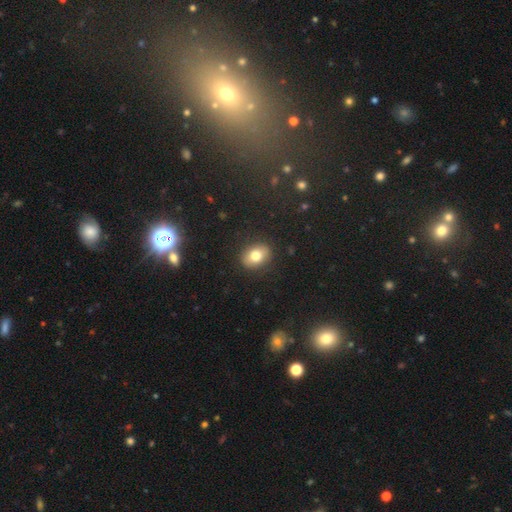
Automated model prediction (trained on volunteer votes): The model was most divided on "how rounded": in between: 63%, round: 36%, cigar-shaped: 1%. More confident: merging — none (87%); smooth or featured — smooth (78%).